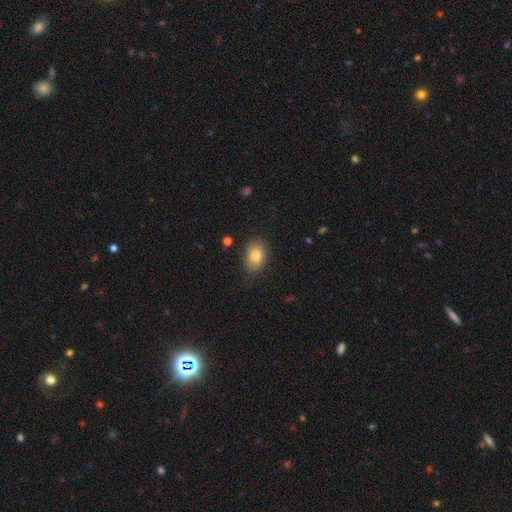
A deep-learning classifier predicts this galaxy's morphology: Smooth or featured? smooth (83%)
How rounded? in between (75%)
Merging? none (83%)